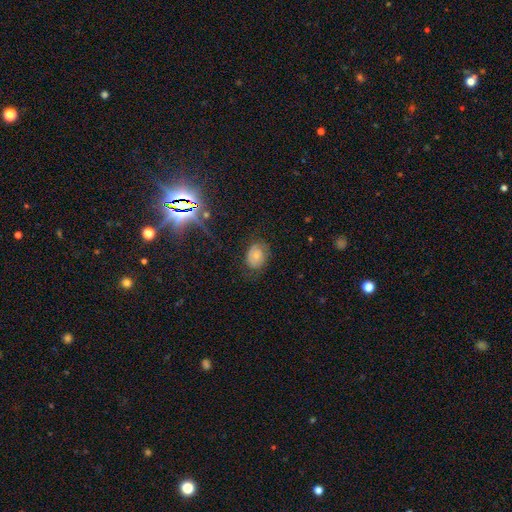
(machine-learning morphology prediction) Smooth or featured?
  - smooth: 56% *
  - featured or disk: 31%
  - star or artifact: 13%
How rounded?
  - in between: 61% *
  - round: 38%
  - cigar-shaped: 1%
Merging?
  - none: 66% *
  - minor disturbance: 22%
  - major disturbance: 11%
  - merger: 1%